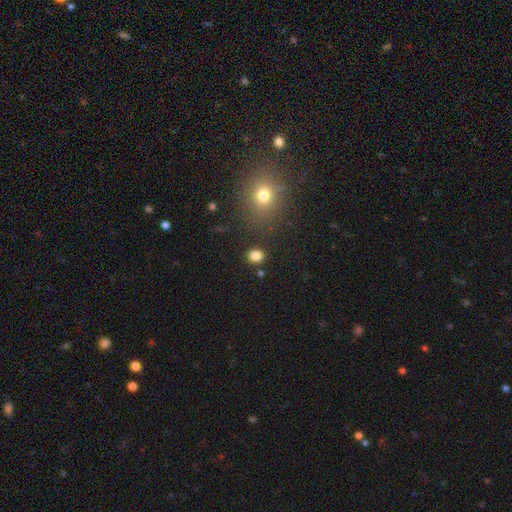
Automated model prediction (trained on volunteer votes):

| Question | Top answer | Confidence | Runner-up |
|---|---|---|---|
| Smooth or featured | smooth | 83% | star or artifact (13%) |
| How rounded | round | 76% | in between (23%) |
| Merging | none | 86% | minor disturbance (7%) |